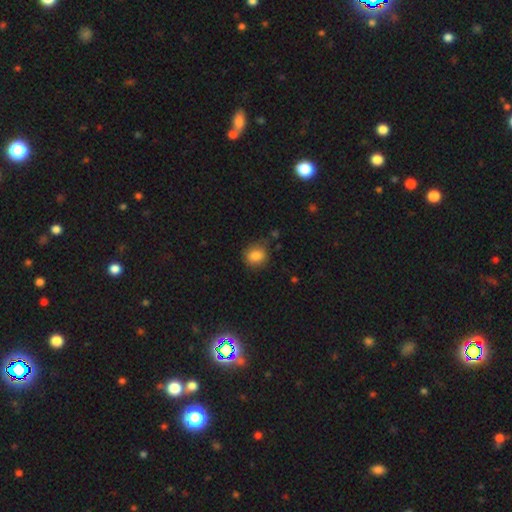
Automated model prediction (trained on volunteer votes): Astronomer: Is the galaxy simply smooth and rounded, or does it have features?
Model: smooth — 84%.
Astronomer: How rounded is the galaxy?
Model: round — 70%.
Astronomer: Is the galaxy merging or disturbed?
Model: none — 77%.